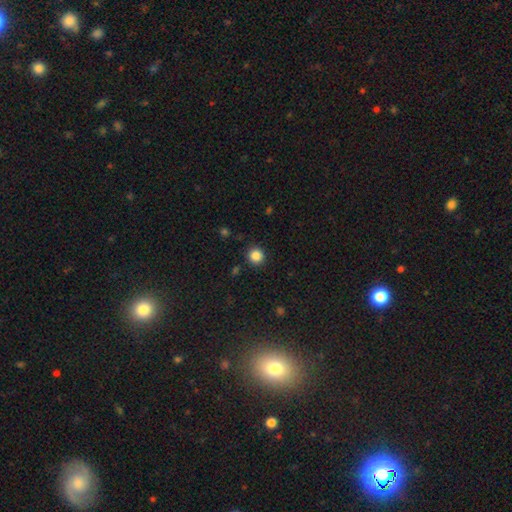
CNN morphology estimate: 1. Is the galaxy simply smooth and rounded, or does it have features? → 85% smooth, 11% star or artifact, 4% featured or disk.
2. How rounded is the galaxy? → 93% round, 6% in between, 1% cigar-shaped.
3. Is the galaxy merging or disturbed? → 91% none, 6% minor disturbance, 2% major disturbance, 1% merger.